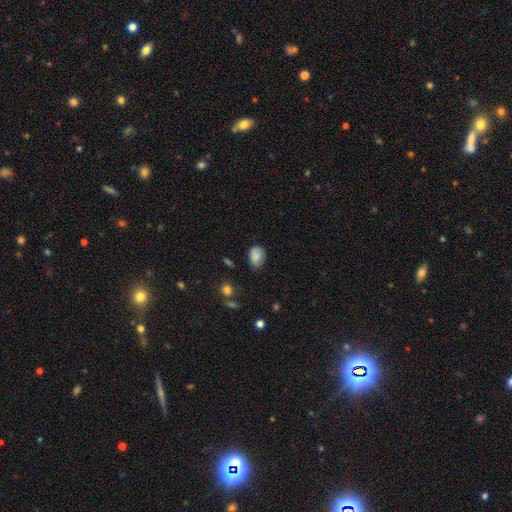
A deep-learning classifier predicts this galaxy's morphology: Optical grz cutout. It shows a smooth galaxy with no disk features (83%) that is in between round and cigar-shaped (72%). Merging: none (67%).